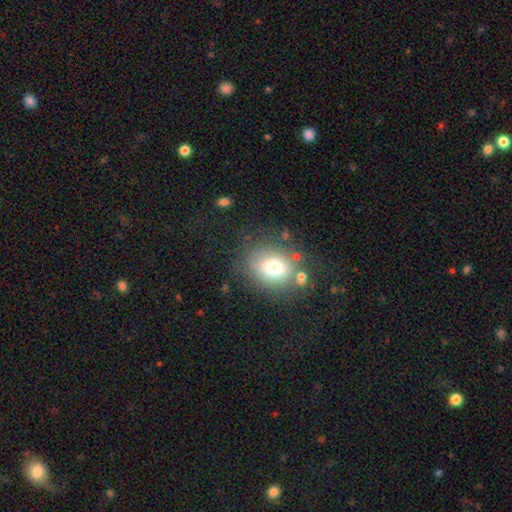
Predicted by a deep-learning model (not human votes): Q: Smooth or featured?
A: smooth (73%); runner-up: featured or disk (15%)
Q: How rounded?
A: in between (49%); tied with: round (49%)
Q: Merging?
A: none (70%); runner-up: minor disturbance (16%)